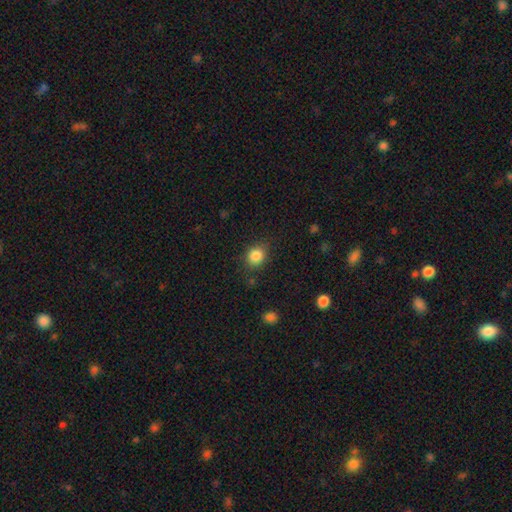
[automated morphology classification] Smooth or featured?
  - smooth: 85% *
  - star or artifact: 10%
  - featured or disk: 5%
How rounded?
  - round: 63% *
  - in between: 36%
  - cigar-shaped: 1%
Merging?
  - none: 81% *
  - minor disturbance: 13%
  - major disturbance: 4%
  - merger: 2%